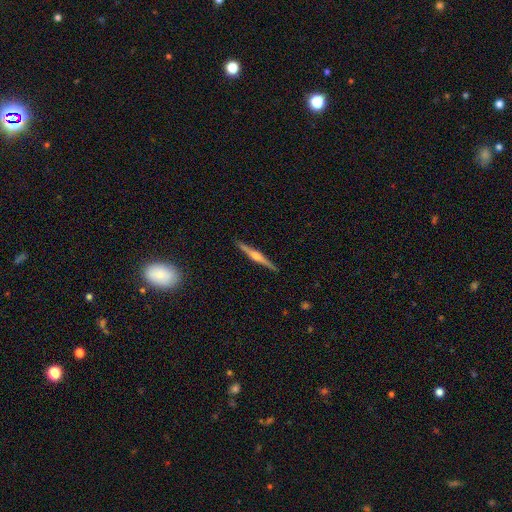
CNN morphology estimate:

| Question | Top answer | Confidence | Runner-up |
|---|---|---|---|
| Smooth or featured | featured or disk | 80% | smooth (15%) |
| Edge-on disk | yes | 98% | no (2%) |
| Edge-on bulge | rounded | 84% | boxy (10%) |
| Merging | none | 91% | minor disturbance (6%) |